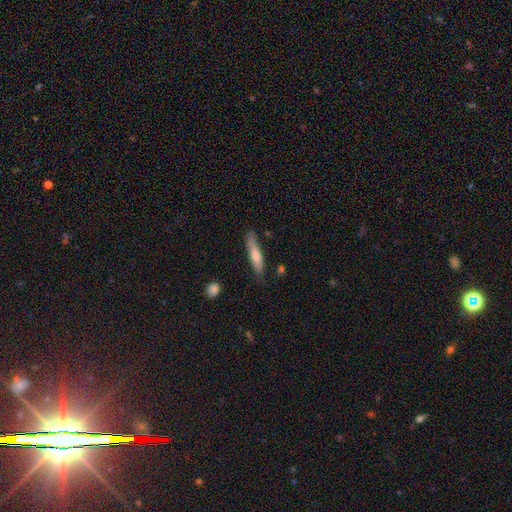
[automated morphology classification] smooth-or-featured: smooth: 69% | featured or disk: 26% | star or artifact: 6%
  how-rounded: cigar-shaped: 84% | in between: 14% | round: 1%
  merging: none: 76% | minor disturbance: 18% | major disturbance: 4% | merger: 2%